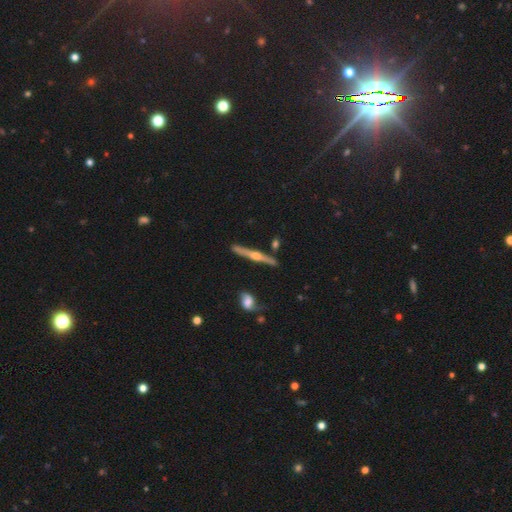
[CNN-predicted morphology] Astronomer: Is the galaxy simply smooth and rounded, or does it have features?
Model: featured or disk — 79%.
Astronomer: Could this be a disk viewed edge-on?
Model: yes — 98%.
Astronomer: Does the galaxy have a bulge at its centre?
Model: rounded — 93%.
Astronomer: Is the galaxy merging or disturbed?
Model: none — 85%.